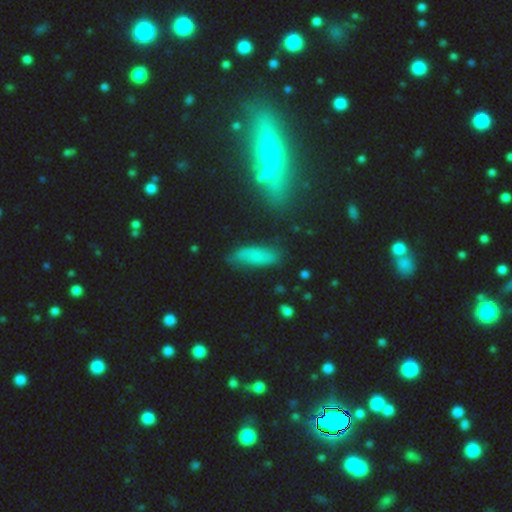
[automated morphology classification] smooth-or-featured: smooth: 64% | featured or disk: 24% | star or artifact: 11%
  how-rounded: in between: 60% | cigar-shaped: 37% | round: 3%
  merging: none: 70% | minor disturbance: 21% | major disturbance: 6% | merger: 3%